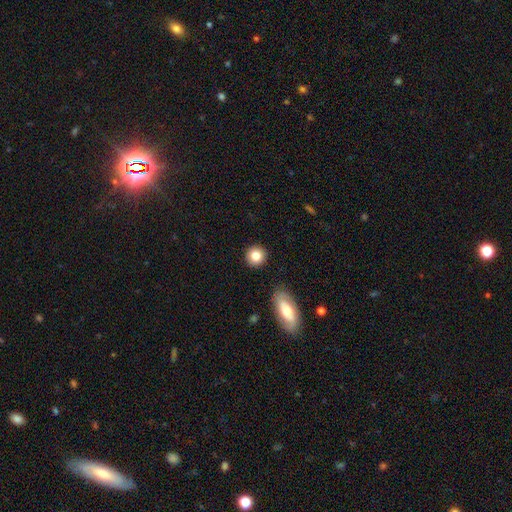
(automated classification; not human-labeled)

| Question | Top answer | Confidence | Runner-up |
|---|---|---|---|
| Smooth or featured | smooth | 83% | star or artifact (9%) |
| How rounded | round | 89% | in between (9%) |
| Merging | none | 89% | minor disturbance (7%) |